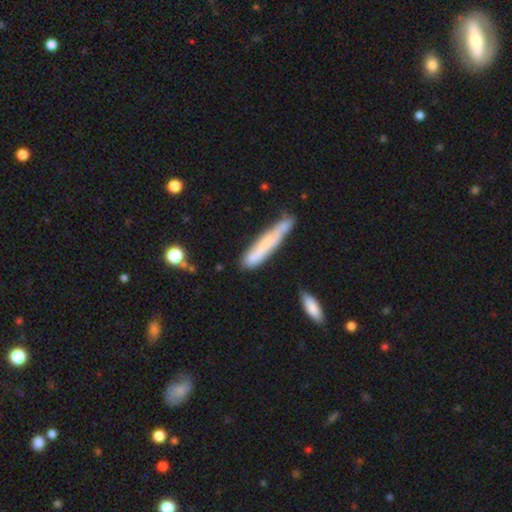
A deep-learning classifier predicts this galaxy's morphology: The model was most divided on "merging": none: 51%, minor disturbance: 27%, merger: 12%, major disturbance: 10%. More confident: how rounded — cigar-shaped (86%); smooth or featured — smooth (62%).